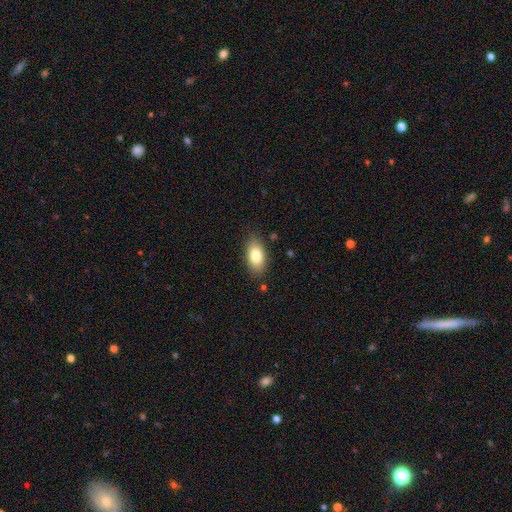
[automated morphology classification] Q: Smooth or featured?
A: smooth (80%); runner-up: featured or disk (12%)
Q: How rounded?
A: in between (91%); runner-up: round (5%)
Q: Merging?
A: none (84%); runner-up: minor disturbance (12%)